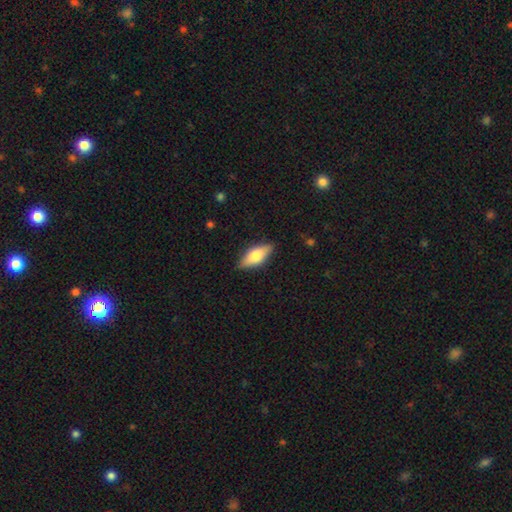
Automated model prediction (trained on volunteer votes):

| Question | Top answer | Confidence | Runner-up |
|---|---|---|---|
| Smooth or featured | smooth | 62% | featured or disk (32%) |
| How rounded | in between | 72% | cigar-shaped (25%) |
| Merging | none | 85% | minor disturbance (12%) |